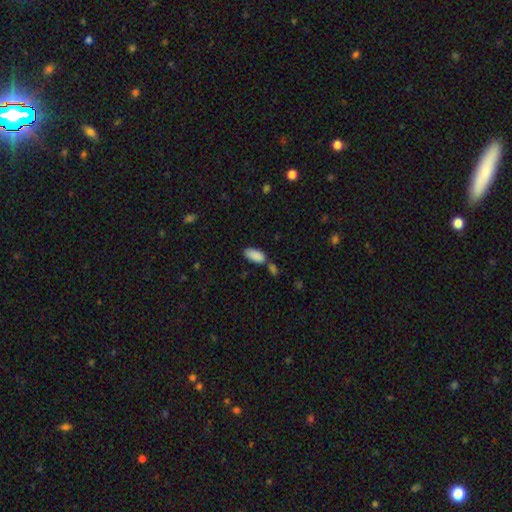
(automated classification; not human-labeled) Smooth or featured? Predicted: smooth (p=0.88). How rounded? Predicted: in between (p=0.91). Merging? Predicted: none (p=0.61).